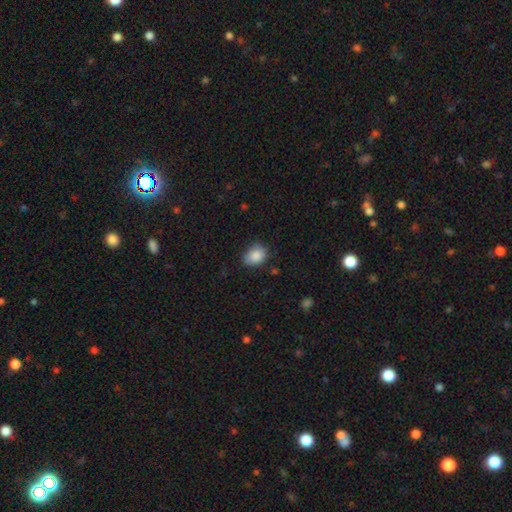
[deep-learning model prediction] smooth-or-featured: smooth: 87% | star or artifact: 8% | featured or disk: 5%
  how-rounded: in between: 66% | round: 33% | cigar-shaped: 1%
  merging: none: 67% | minor disturbance: 26% | major disturbance: 5% | merger: 2%